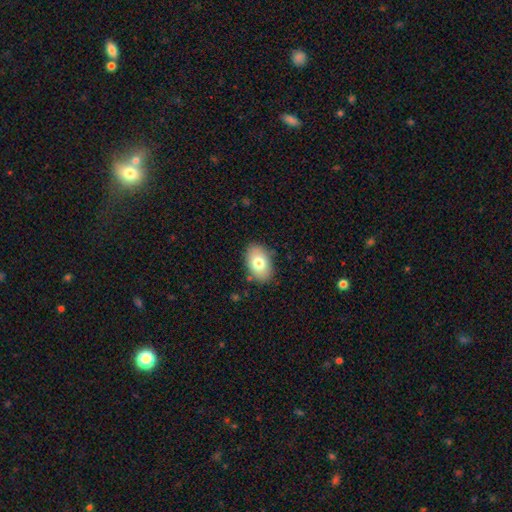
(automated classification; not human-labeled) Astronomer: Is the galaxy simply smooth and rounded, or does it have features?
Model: smooth — 78%.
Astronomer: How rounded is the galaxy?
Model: in between — 89%.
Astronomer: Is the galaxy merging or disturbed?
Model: none — 87%.